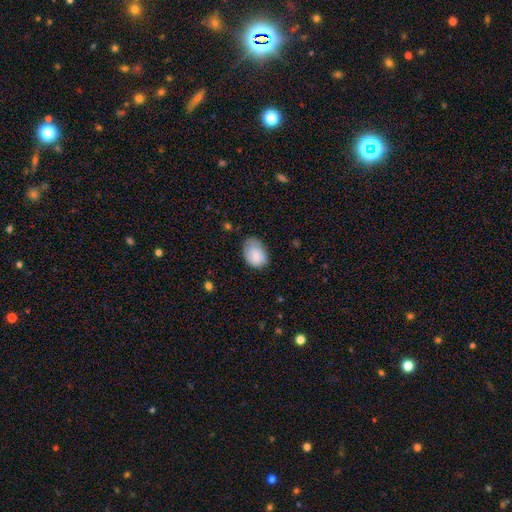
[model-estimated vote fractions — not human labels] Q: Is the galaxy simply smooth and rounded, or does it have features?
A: smooth — 76%.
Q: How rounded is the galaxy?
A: in between — 82%.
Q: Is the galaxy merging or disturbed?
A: none — 53%.